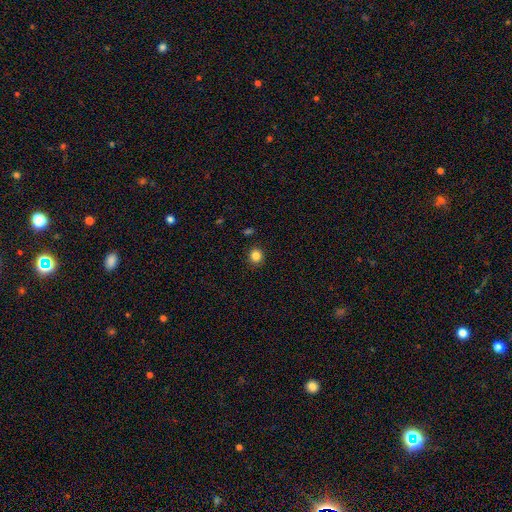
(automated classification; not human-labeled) Smooth or featured: smooth — 84% (star or artifact — 11%)
How rounded: round — 86% (in between — 13%)
Merging: none — 90% (minor disturbance — 7%)